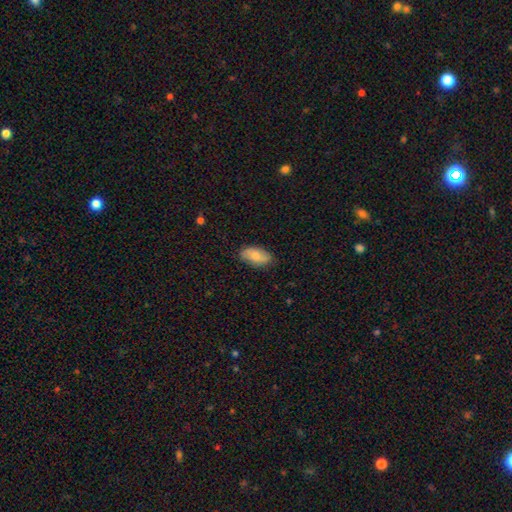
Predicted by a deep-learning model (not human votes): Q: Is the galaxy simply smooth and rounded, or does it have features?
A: smooth — 73%.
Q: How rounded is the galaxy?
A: in between — 93%.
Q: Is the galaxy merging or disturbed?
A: none — 82%.